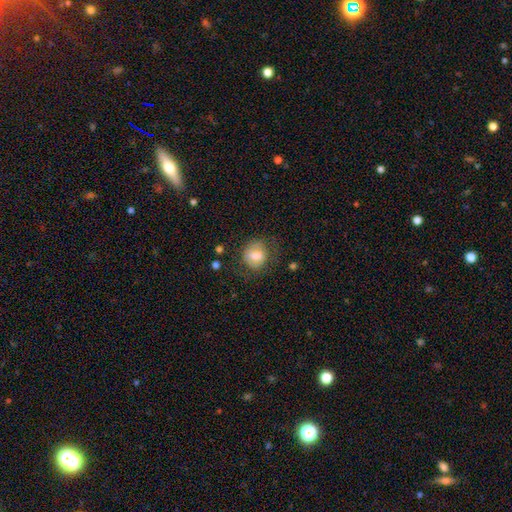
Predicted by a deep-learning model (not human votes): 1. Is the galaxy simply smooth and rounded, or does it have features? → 73% smooth, 18% featured or disk, 8% star or artifact.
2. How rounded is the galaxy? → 70% round, 29% in between, 1% cigar-shaped.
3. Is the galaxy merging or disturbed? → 63% none, 22% minor disturbance, 14% major disturbance, 2% merger.